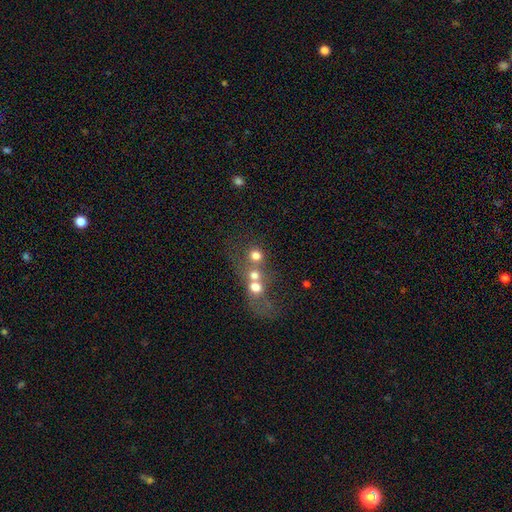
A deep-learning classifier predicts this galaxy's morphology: Smooth or featured? Predicted: smooth (p=0.65). How rounded? Predicted: round (p=0.84). Merging? Predicted: merger (p=0.53).